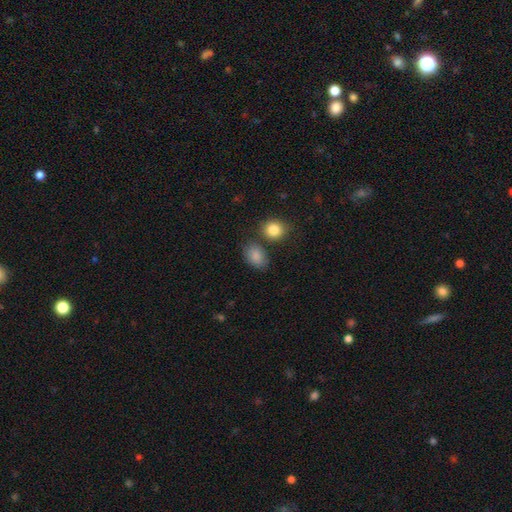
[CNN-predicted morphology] The model was most divided on "merging": none: 70%, minor disturbance: 16%, merger: 9%, major disturbance: 4%. More confident: smooth or featured — smooth (87%); how rounded — in between (78%).